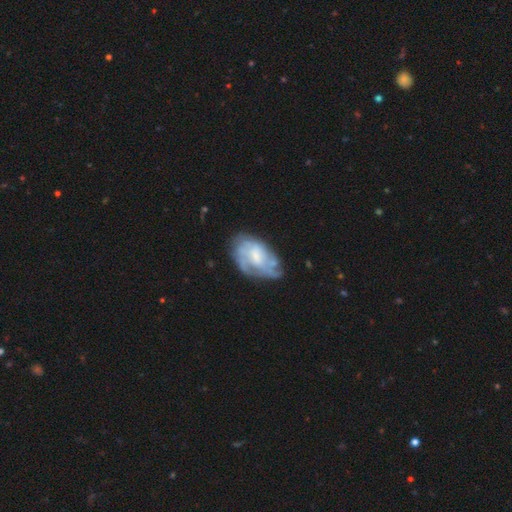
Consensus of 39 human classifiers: This is likely a featured or disk galaxy (77%). It is clearly not viewed edge-on (100%). Bar: possibly no (57%). Spiral arm pattern: likely yes (77%). Spiral arm count: marginally can't tell (43%). Spiral winding: possibly tight (52%). Central bulge: marginally moderate (33%). Merging: likely none (63%).